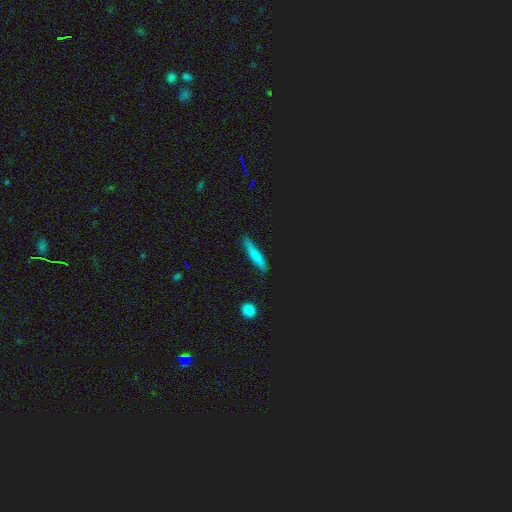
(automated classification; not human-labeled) This is likely a smooth galaxy (63%). How rounded: clearly cigar-shaped (84%). Merging: likely none (77%).